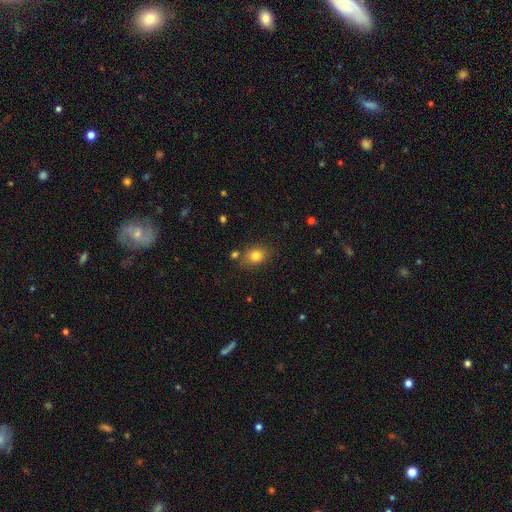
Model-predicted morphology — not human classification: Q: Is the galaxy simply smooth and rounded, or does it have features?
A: smooth — 80%.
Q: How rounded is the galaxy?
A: in between — 55%.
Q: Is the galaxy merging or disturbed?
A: none — 78%.